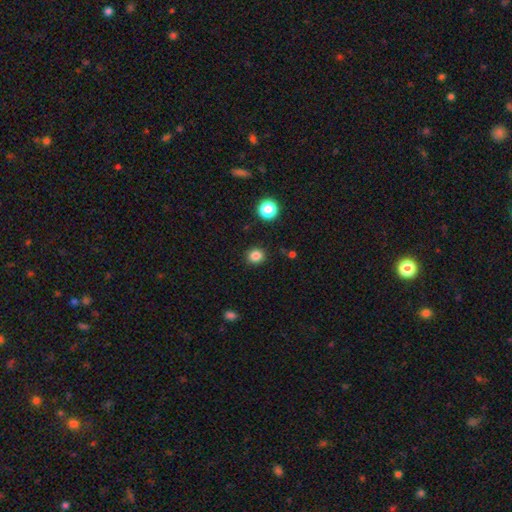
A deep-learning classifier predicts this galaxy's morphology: type=smooth (84%); roundness=round (83%); merging=none (90%).